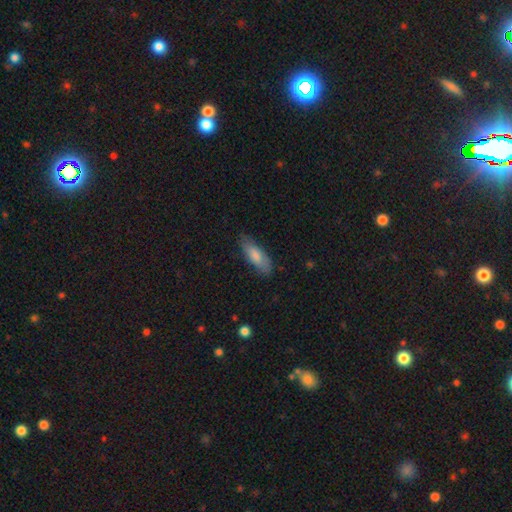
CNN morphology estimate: The model was most divided on "how rounded": in between: 67%, cigar-shaped: 32%, round: 2%. More confident: smooth or featured — smooth (79%); merging — none (77%).